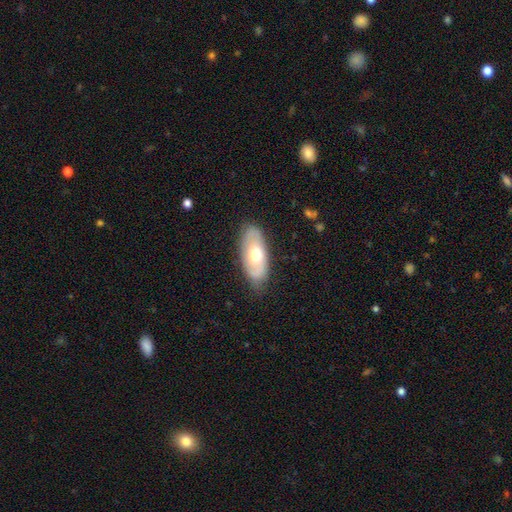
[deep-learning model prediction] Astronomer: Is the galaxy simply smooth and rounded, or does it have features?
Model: smooth — 48% (runner-up: featured or disk, 47%).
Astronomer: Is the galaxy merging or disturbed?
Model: none — 78%.